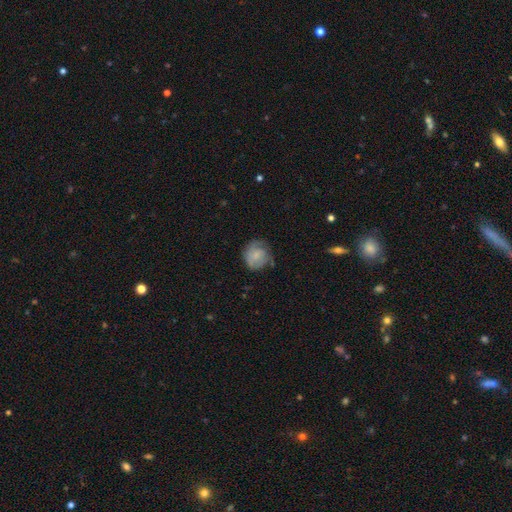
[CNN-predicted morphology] Q: Smooth or featured?
A: smooth (60%); runner-up: featured or disk (33%)
Q: How rounded?
A: round (83%); runner-up: in between (16%)
Q: Merging?
A: none (56%); runner-up: minor disturbance (29%)